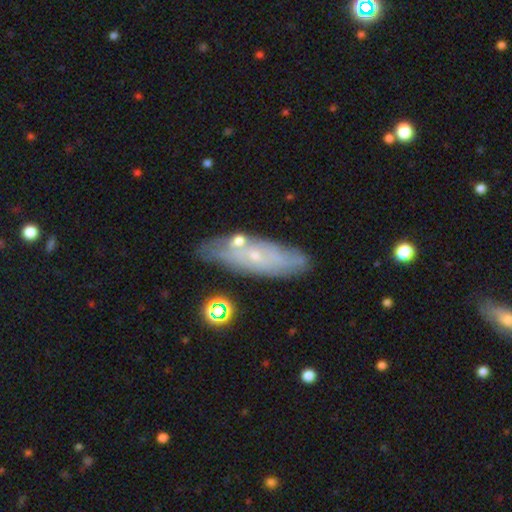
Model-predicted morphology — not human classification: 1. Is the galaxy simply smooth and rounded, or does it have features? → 56% featured or disk, 36% smooth, 8% star or artifact.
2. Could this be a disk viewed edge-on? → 73% no, 27% yes.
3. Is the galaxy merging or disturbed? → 73% none, 17% minor disturbance, 6% merger, 4% major disturbance.